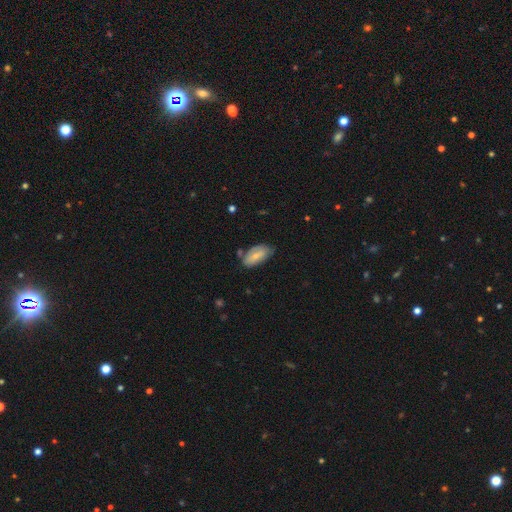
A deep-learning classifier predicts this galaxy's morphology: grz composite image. It shows a smooth galaxy with no disk features (63%) that is in between round and cigar-shaped (91%). Merging: none (57%).